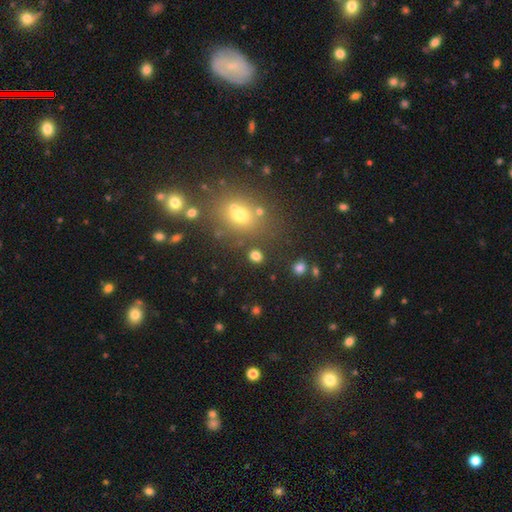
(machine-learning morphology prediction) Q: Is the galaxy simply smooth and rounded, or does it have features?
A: smooth — 78%.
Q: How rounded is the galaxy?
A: round — 57%.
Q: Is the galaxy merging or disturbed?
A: none — 81%.